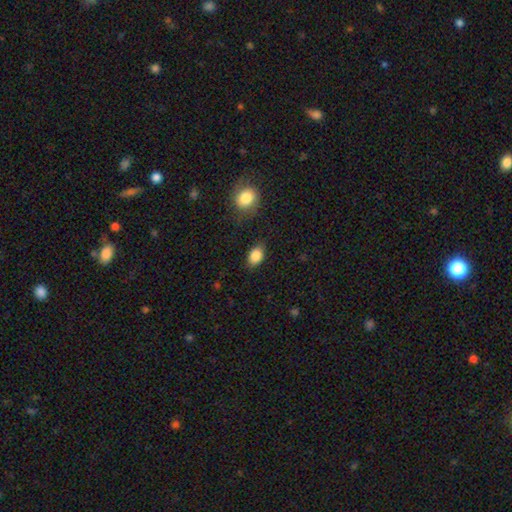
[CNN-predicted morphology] smooth-or-featured: smooth: 86% | star or artifact: 8% | featured or disk: 6%
  how-rounded: in between: 83% | round: 16% | cigar-shaped: 2%
  merging: none: 81% | minor disturbance: 13% | major disturbance: 3% | merger: 2%